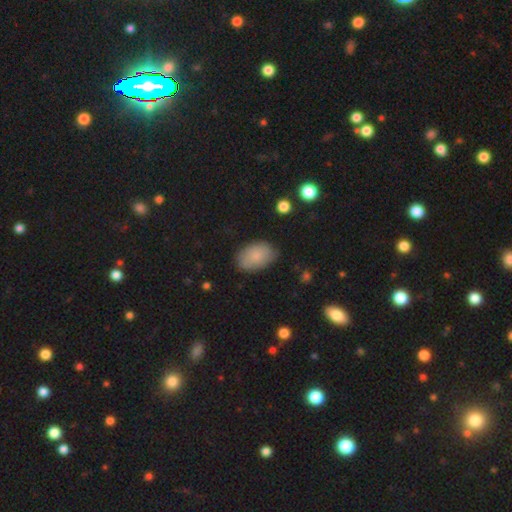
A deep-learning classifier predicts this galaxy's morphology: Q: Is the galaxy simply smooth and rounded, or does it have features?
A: smooth — 81%.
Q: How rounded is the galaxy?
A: in between — 90%.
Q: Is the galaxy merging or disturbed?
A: none — 79%.